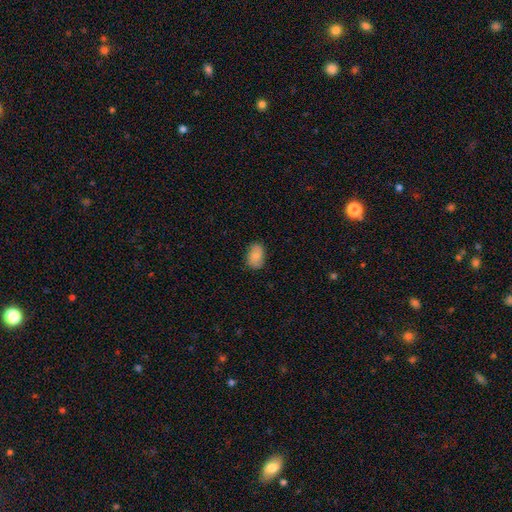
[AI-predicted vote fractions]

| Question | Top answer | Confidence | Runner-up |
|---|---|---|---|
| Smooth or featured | smooth | 81% | featured or disk (12%) |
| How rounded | in between | 85% | round (14%) |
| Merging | none | 81% | minor disturbance (15%) |